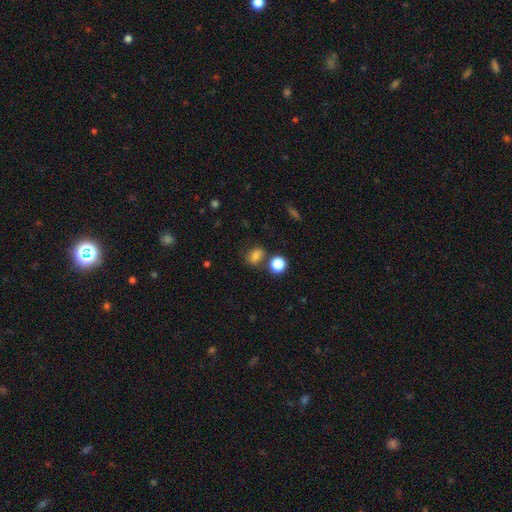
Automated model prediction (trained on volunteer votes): This is likely a smooth galaxy (78%). How rounded: possibly in between (55%). Merging: likely none (65%).